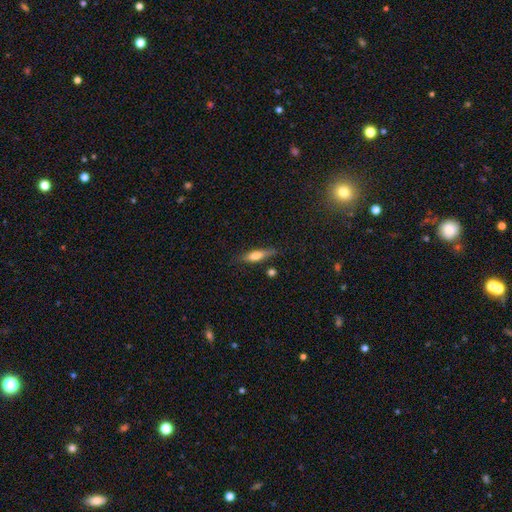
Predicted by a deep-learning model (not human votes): This is likely a smooth galaxy (63%). How rounded: likely cigar-shaped (65%). Merging: likely none (71%).